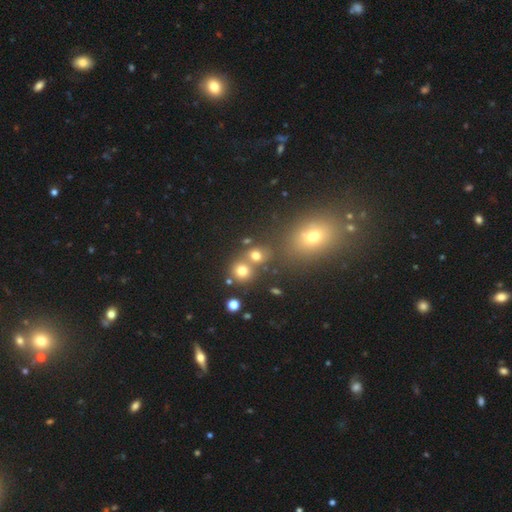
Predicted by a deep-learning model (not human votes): smooth 71%, star or artifact 19%, featured or disk 10%. Down the decision tree: how rounded — round (77%); merging — none (54%).